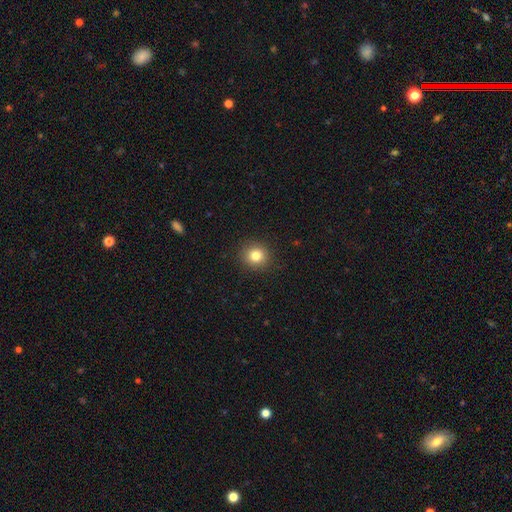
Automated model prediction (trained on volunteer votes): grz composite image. It shows a smooth galaxy with no disk features (81%) that is round (89%). Merging: none (91%).